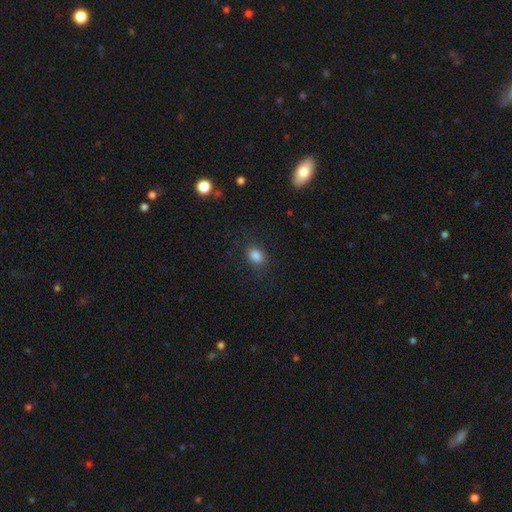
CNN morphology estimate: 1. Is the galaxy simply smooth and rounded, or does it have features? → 84% smooth, 11% star or artifact, 6% featured or disk.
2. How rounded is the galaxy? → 62% in between, 37% round, 1% cigar-shaped.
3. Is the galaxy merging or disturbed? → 84% none, 11% minor disturbance, 4% major disturbance, 1% merger.